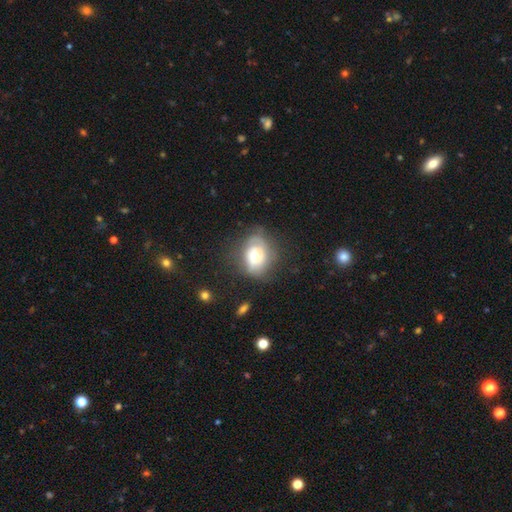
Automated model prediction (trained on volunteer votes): This is possibly a smooth galaxy (51%). How rounded: possibly in between (58%). Merging: possibly none (60%).